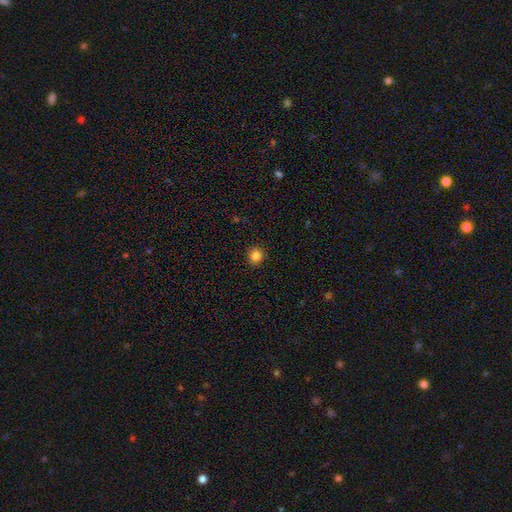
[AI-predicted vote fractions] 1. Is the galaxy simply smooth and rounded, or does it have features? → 85% smooth, 11% star or artifact, 4% featured or disk.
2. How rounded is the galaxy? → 89% round, 10% in between, 1% cigar-shaped.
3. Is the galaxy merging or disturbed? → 90% none, 7% minor disturbance, 2% major disturbance, 1% merger.